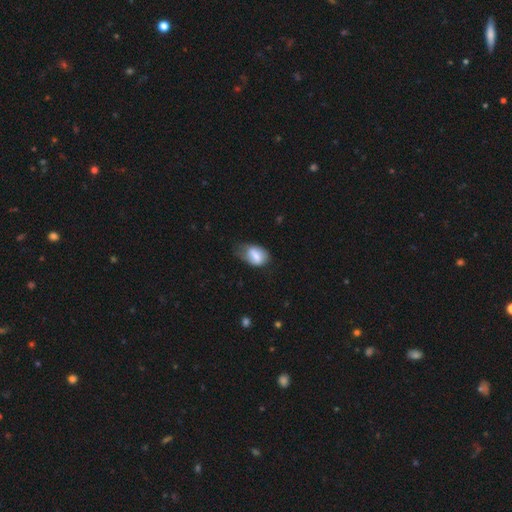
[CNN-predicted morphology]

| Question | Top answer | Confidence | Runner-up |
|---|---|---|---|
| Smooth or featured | smooth | 70% | featured or disk (22%) |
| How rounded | in between | 83% | round (15%) |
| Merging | minor disturbance | 41% | none (39%) |